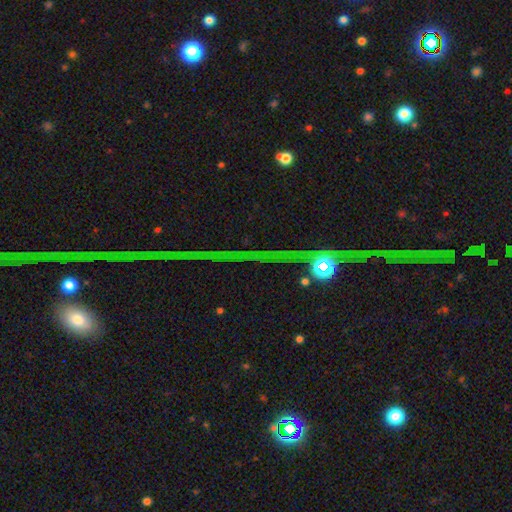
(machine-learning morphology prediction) Smooth or featured?
  - star or artifact: 66% *
  - featured or disk: 24%
  - smooth: 9%